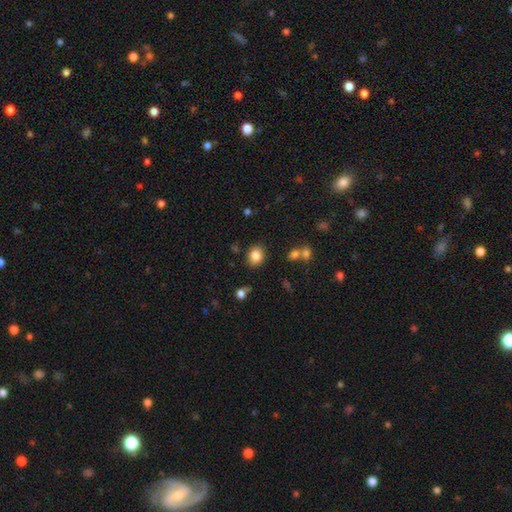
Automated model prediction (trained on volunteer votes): A smooth galaxy with no disk features (83%) that is round (62%).

Vote fractions:
- Smooth or featured? smooth: 83% / star or artifact: 10% / featured or disk: 6%
- How rounded? round: 62% / in between: 37% / cigar-shaped: 1%
- Merging? none: 84% / minor disturbance: 10% / merger: 4% / major disturbance: 3%